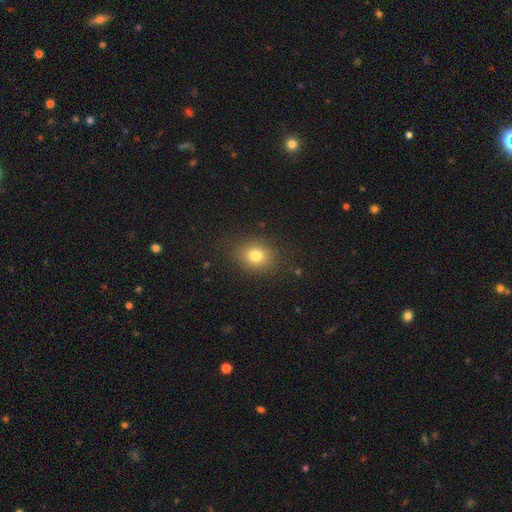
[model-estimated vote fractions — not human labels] Smooth or featured: smooth — 78% (star or artifact — 12%)
How rounded: round — 58% (in between — 41%)
Merging: none — 85% (minor disturbance — 10%)